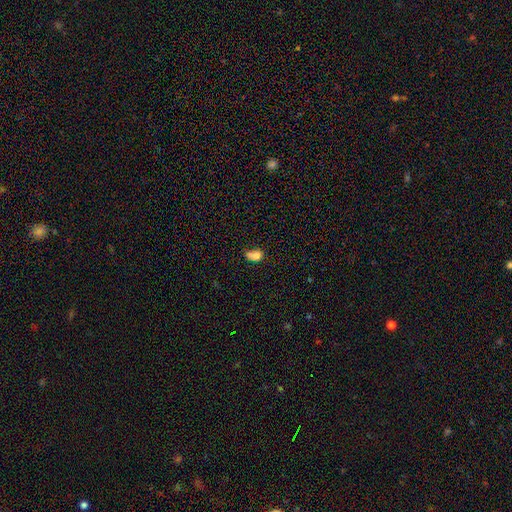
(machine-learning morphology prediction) This is likely a smooth galaxy (73%). How rounded: possibly in between (50%). Merging: possibly merger (48%).